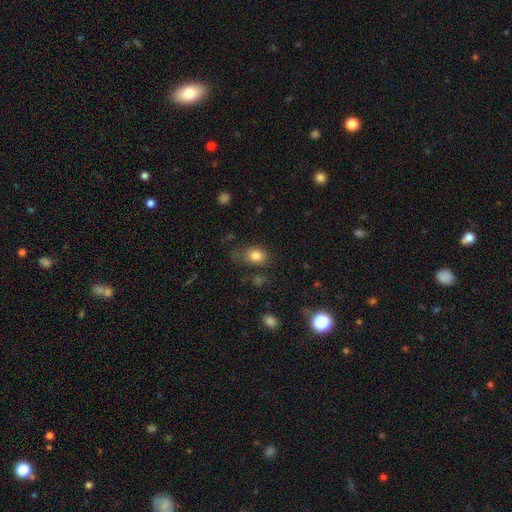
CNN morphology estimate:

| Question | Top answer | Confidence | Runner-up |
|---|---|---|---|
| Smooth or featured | smooth | 81% | star or artifact (10%) |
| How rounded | in between | 64% | round (34%) |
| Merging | none | 61% | minor disturbance (24%) |